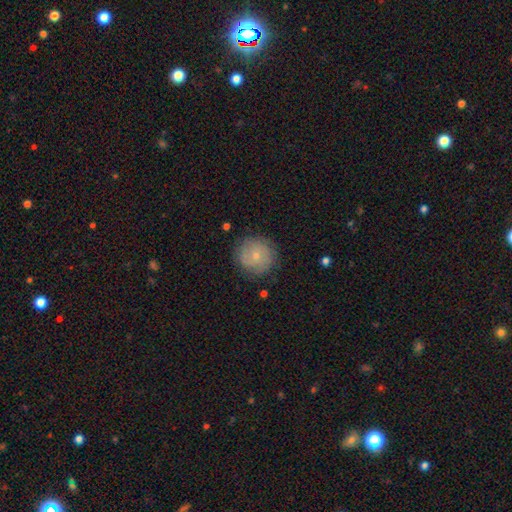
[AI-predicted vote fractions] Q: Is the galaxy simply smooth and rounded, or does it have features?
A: smooth — 56%.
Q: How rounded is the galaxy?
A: round — 94%.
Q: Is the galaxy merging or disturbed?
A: none — 82%.